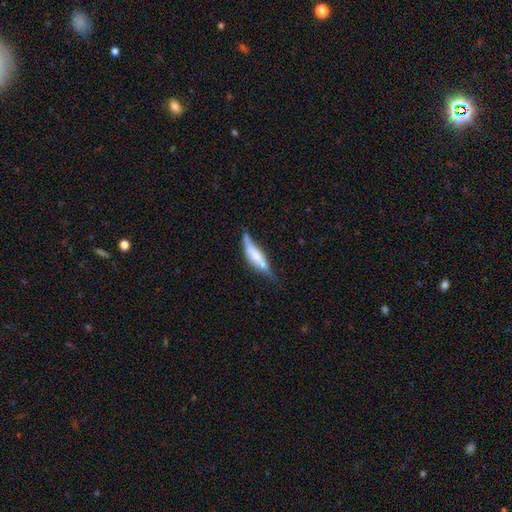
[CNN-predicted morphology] smooth 50%, featured or disk 44%, star or artifact 7%. Down the decision tree: merging — none (49%).